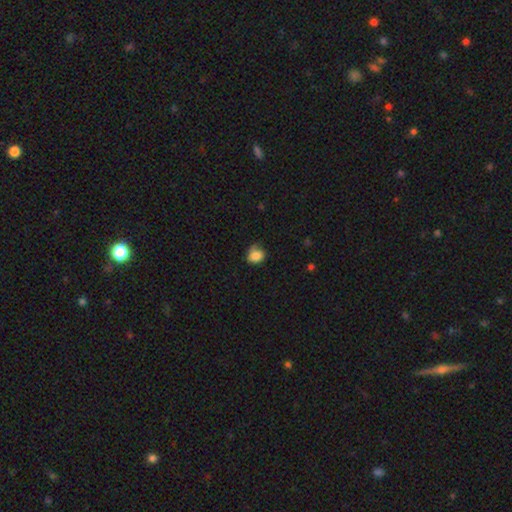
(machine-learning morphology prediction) Smooth or featured? smooth (83%)
How rounded? round (55%)
Merging? none (57%)